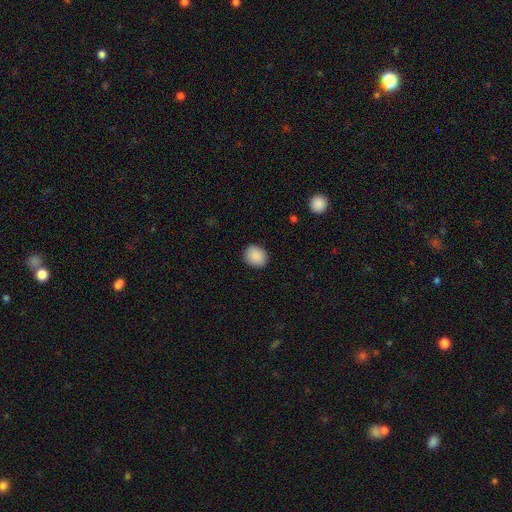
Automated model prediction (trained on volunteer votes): This appears to be a smooth galaxy with no disk features (89%) that is round (64%). Merging: none (89%).